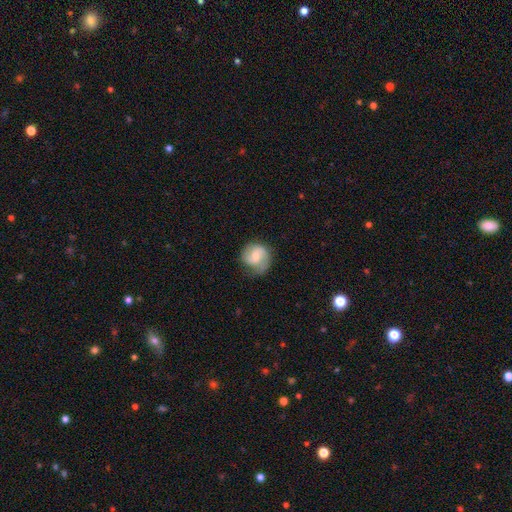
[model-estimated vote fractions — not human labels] Smooth or featured? Predicted: featured or disk (p=0.60). Edge-on disk? Predicted: no (p=0.98). Bar? Predicted: weak (p=0.48). Spiral arms? Predicted: yes (p=0.89). Spiral winding? Predicted: medium (p=0.47). Spiral arm count? Predicted: 2 (p=0.79). Bulge size? Predicted: moderate (p=0.52). Merging? Predicted: none (p=0.67).